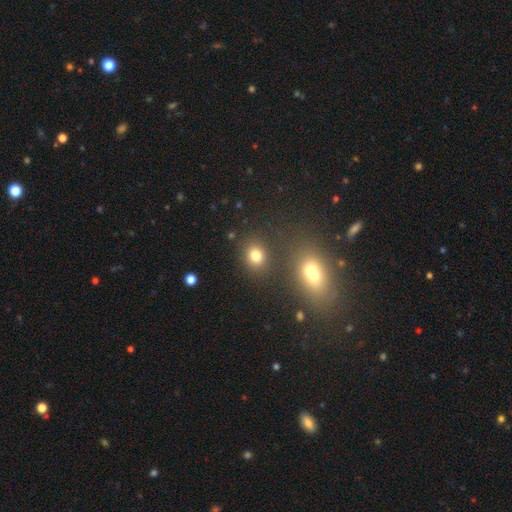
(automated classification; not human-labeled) Smooth or featured?
  - smooth: 78% *
  - star or artifact: 14%
  - featured or disk: 8%
How rounded?
  - round: 65% *
  - in between: 34%
  - cigar-shaped: 1%
Merging?
  - none: 78% *
  - merger: 9%
  - minor disturbance: 9%
  - major disturbance: 4%